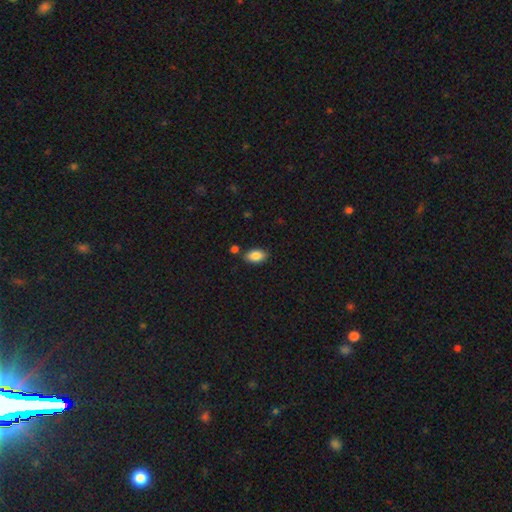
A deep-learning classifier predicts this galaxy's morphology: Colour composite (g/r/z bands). It shows a smooth galaxy with no disk features (87%) that is in between round and cigar-shaped (91%). Merging: none (82%).